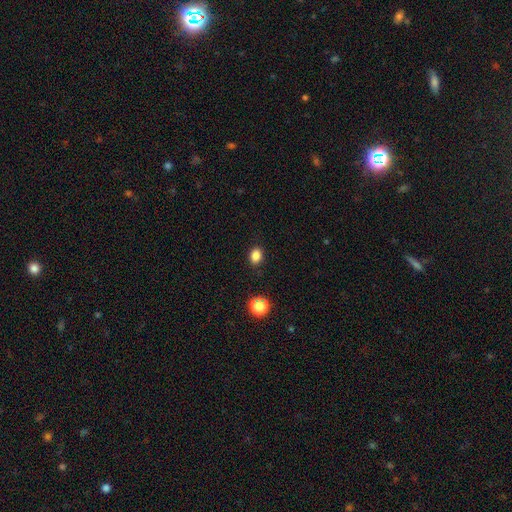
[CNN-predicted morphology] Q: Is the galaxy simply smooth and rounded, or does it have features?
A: smooth — 84%.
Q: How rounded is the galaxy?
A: in between — 60%.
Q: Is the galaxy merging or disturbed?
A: none — 88%.